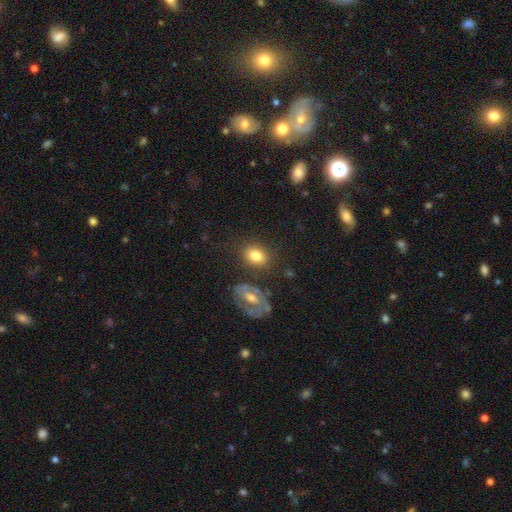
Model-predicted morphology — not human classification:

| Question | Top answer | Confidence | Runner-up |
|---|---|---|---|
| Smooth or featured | smooth | 76% | featured or disk (16%) |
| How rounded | in between | 69% | round (30%) |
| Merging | none | 74% | minor disturbance (14%) |